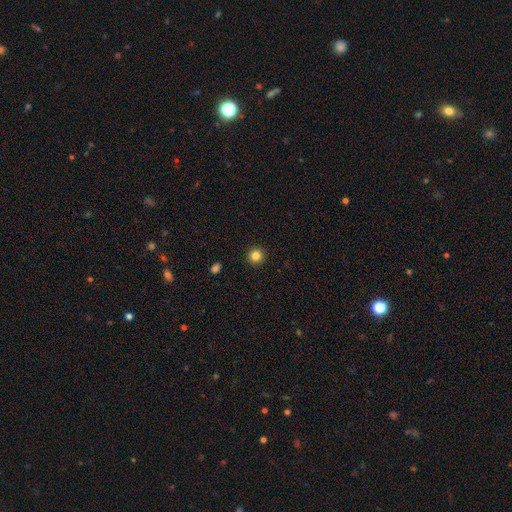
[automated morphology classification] smooth 83%, star or artifact 12%, featured or disk 5%. Down the decision tree: how rounded — round (95%); merging — none (93%).